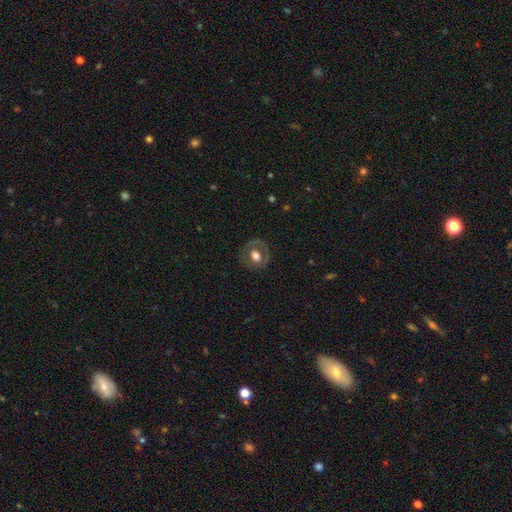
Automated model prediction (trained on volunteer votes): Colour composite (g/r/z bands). It shows a smooth galaxy with no disk features (51%) that is round (73%). Merging: none (77%).